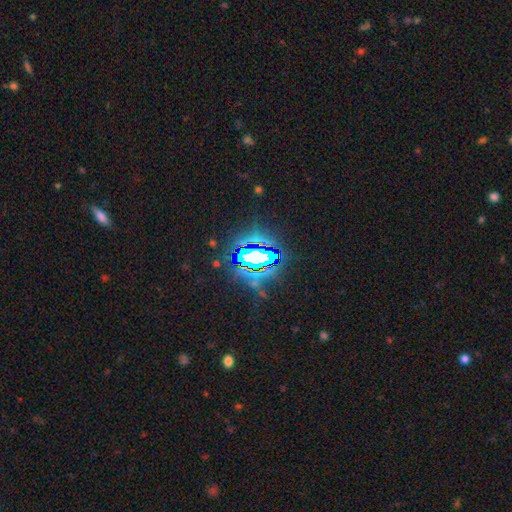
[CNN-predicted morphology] The model was most divided on "smooth or featured": star or artifact: 74%, smooth: 13%, featured or disk: 12%.